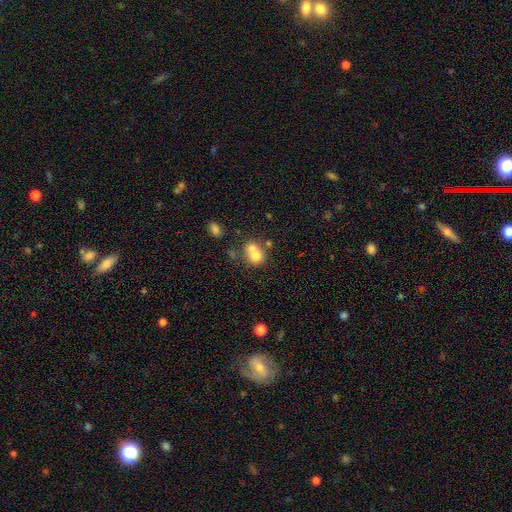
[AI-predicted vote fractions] This is likely a smooth galaxy (68%). How rounded: likely round (78%). Merging: possibly merger (60%).